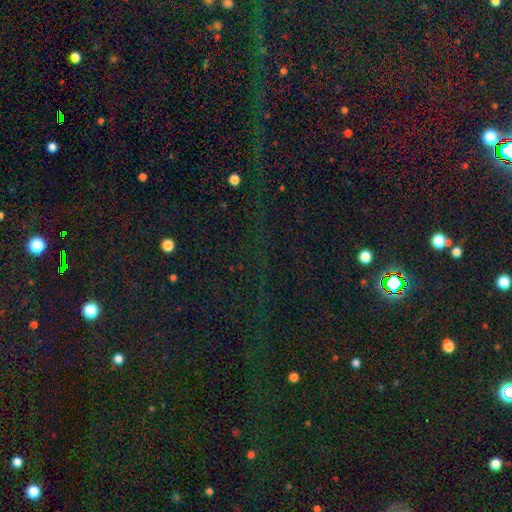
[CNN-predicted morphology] type=star or artifact (79%).